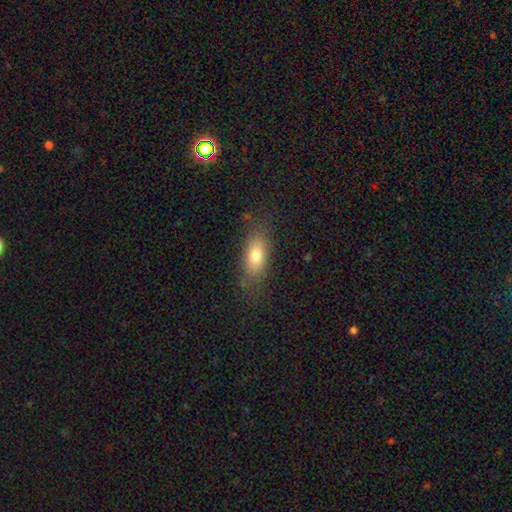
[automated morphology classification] A smooth galaxy with no disk features (76%) that is in between round and cigar-shaped (79%). Merging: none (77%).